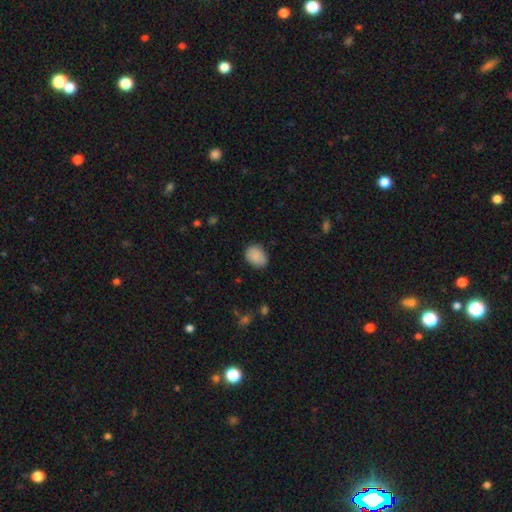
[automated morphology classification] Smooth or featured?
  - smooth: 88% *
  - star or artifact: 8%
  - featured or disk: 4%
How rounded?
  - in between: 64% *
  - round: 35%
  - cigar-shaped: 1%
Merging?
  - none: 78% *
  - minor disturbance: 18%
  - major disturbance: 3%
  - merger: 1%